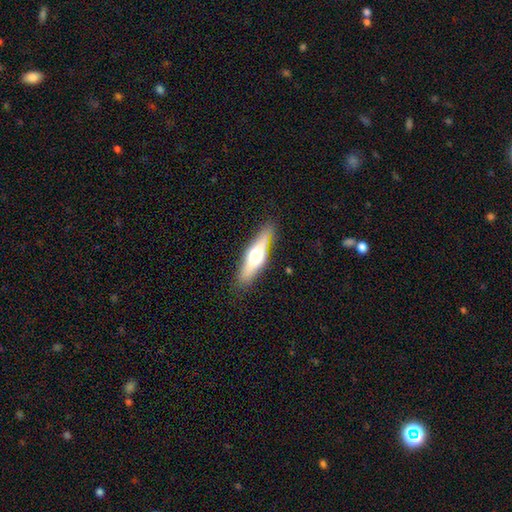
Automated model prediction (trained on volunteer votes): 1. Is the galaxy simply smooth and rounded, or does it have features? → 47% featured or disk (tied), 47% smooth (tied), 6% star or artifact.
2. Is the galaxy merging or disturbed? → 86% none, 10% minor disturbance, 2% major disturbance, 1% merger.